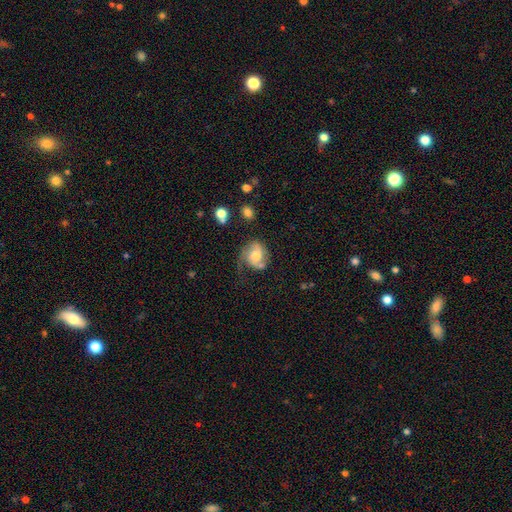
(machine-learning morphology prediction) featured or disk 64%, smooth 29%, star or artifact 8%. Down the decision tree: edge-on disk — no (97%); bar — no (65%); spiral arms — yes (89%); spiral arm count — 2 (69%); spiral winding — medium (46%); bulge size — moderate (56%); merging — none (49%).